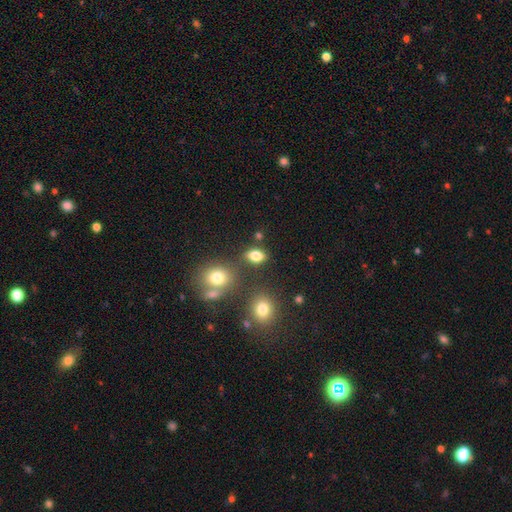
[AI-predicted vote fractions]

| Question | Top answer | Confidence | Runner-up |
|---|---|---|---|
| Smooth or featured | smooth | 79% | star or artifact (12%) |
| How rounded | in between | 76% | round (21%) |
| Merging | none | 73% | minor disturbance (12%) |